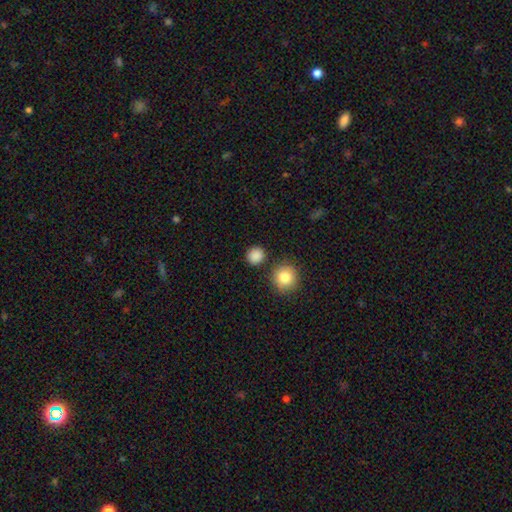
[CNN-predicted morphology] Smooth or featured? Predicted: smooth (p=0.87). How rounded? Predicted: round (p=0.89). Merging? Predicted: none (p=0.85).